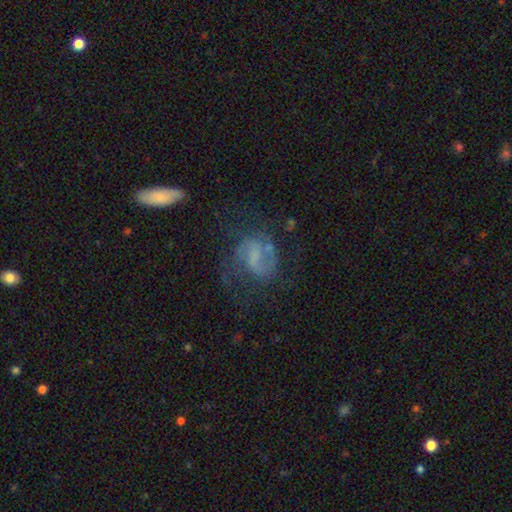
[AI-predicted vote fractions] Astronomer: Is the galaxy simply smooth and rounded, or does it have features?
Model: featured or disk — 70%.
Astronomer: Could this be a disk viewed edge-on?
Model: no — 97%.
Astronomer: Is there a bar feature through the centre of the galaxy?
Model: weak — 48% (runner-up: no, 31%).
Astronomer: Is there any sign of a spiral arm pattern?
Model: yes — 86%.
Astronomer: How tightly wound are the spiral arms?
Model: medium — 49% (runner-up: loose, 29%).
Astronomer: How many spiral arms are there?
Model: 2 — 74%.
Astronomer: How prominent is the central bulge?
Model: none — 49% (runner-up: small, 28%).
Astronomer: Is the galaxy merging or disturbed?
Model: none — 52%.